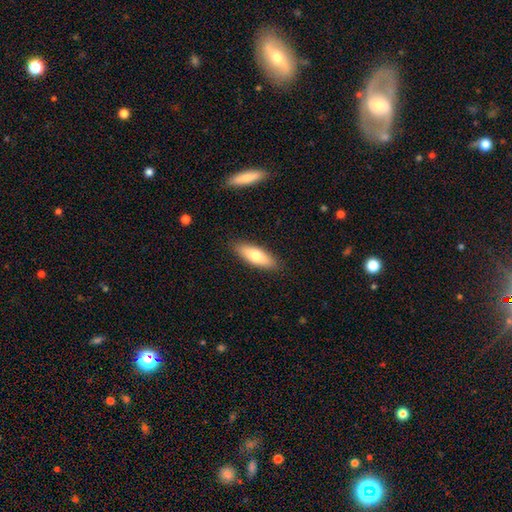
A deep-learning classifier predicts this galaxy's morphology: Smooth or featured? smooth (70%)
How rounded? in between (61%)
Merging? none (89%)